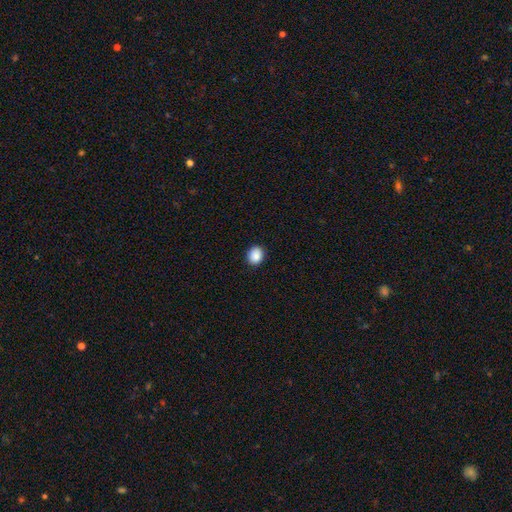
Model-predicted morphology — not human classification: Q: Smooth or featured?
A: smooth (89%); runner-up: star or artifact (8%)
Q: How rounded?
A: round (60%); runner-up: in between (39%)
Q: Merging?
A: none (91%); runner-up: minor disturbance (7%)